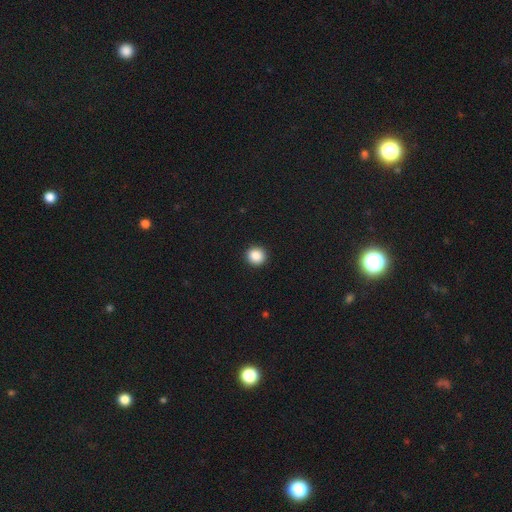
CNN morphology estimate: Q: Smooth or featured?
A: smooth (88%); runner-up: star or artifact (10%)
Q: How rounded?
A: round (92%); runner-up: in between (7%)
Q: Merging?
A: none (93%); runner-up: minor disturbance (5%)